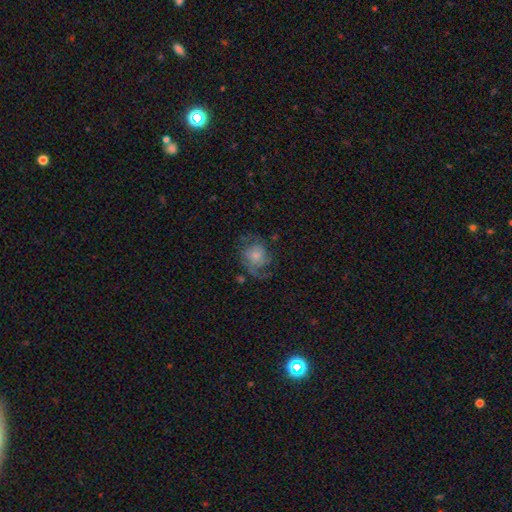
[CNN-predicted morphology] Overall: featured or disk (52%; smooth 40%). Edge-on disk: no (97%). Bar: no (79%). Spiral arms: yes (78%). Bulge size: small (47%; moderate 32%). Merging: none (49%; major disturbance 26%).